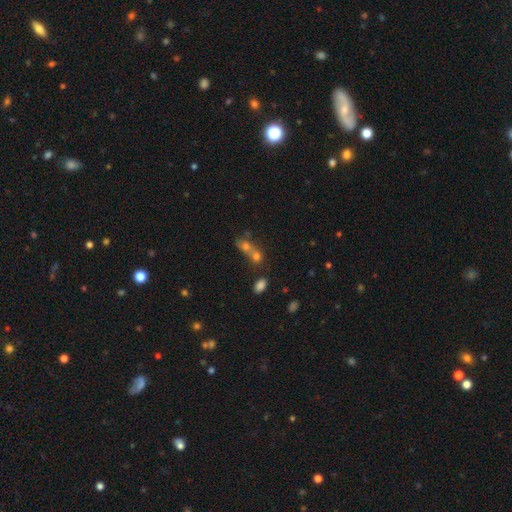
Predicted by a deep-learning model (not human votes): smooth_or_featured: smooth (p=0.60) [alt: star or artifact p=0.22]
how_rounded: round (p=0.48) [alt: in between p=0.46]
merging: merger (p=0.61) [alt: none p=0.28]